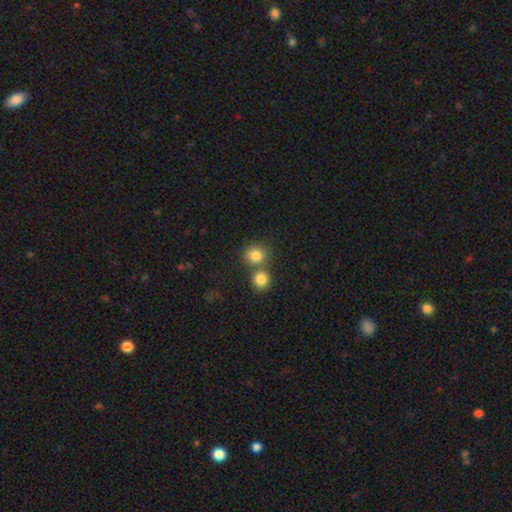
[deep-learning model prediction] The model was most divided on "merging": none: 55%, merger: 34%, minor disturbance: 8%, major disturbance: 3%. More confident: how rounded — round (84%); smooth or featured — smooth (82%).